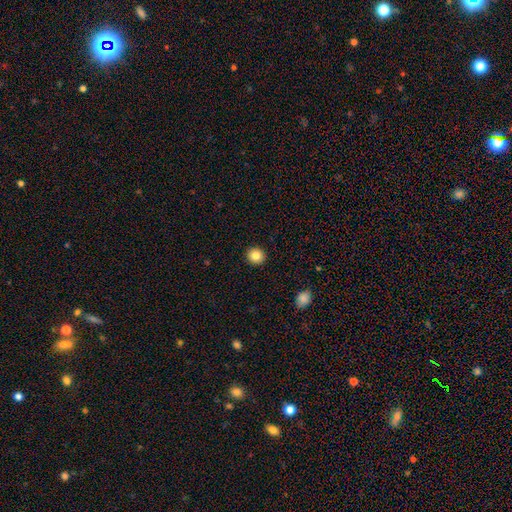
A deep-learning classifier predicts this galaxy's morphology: Q: Smooth or featured?
A: smooth (85%); runner-up: star or artifact (10%)
Q: How rounded?
A: round (90%); runner-up: in between (9%)
Q: Merging?
A: none (93%); runner-up: minor disturbance (4%)